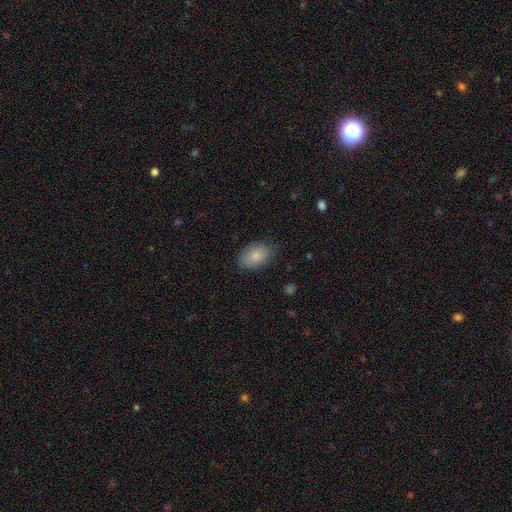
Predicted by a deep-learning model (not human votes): A smooth galaxy with no disk features (85%) that is in between round and cigar-shaped (88%).

Vote fractions:
- Smooth or featured? smooth: 85% / featured or disk: 8% / star or artifact: 7%
- How rounded? in between: 88% / round: 10% / cigar-shaped: 1%
- Merging? none: 76% / minor disturbance: 19% / major disturbance: 4% / merger: 1%